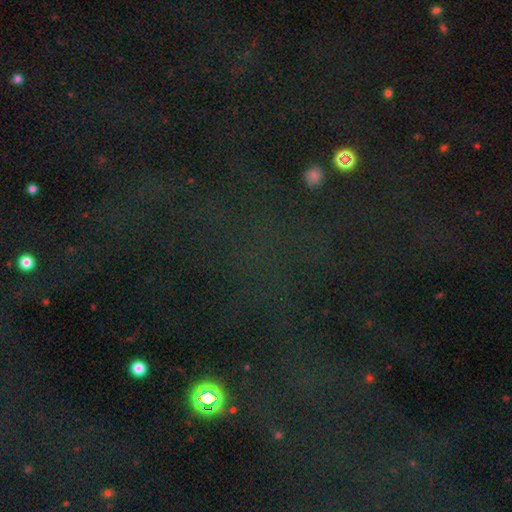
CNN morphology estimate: smooth_or_featured: star or artifact (p=0.71) [alt: smooth p=0.18]